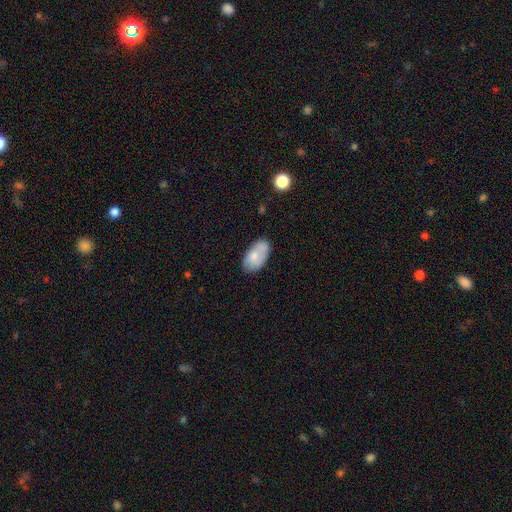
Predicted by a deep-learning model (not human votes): Smooth or featured? Predicted: smooth (p=0.75). How rounded? Predicted: in between (p=0.94). Merging? Predicted: none (p=0.66).